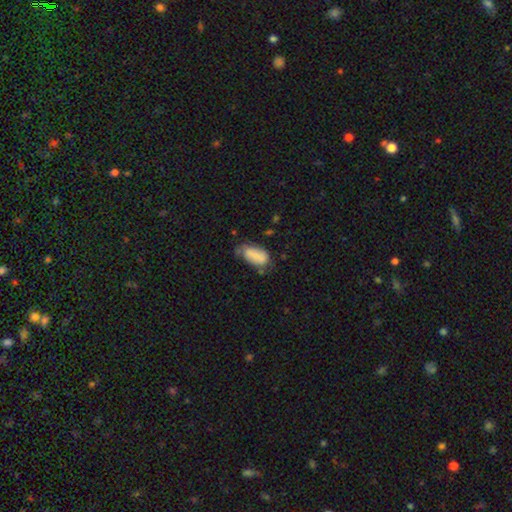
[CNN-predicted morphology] The model was most divided on "merging": none: 39%, minor disturbance: 37%, major disturbance: 18%, merger: 6%. More confident: how rounded — in between (93%); smooth or featured — smooth (74%).